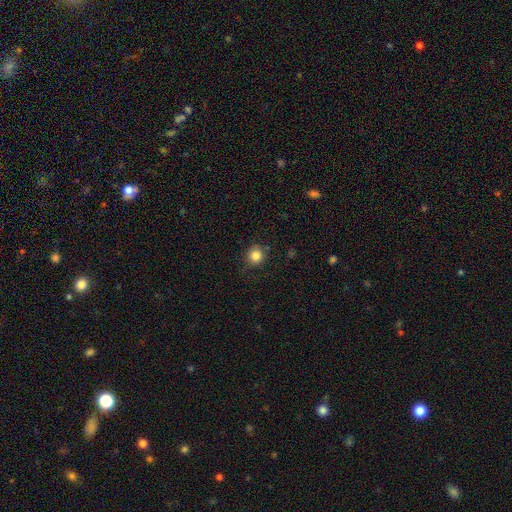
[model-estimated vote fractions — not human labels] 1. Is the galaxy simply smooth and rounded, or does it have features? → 83% smooth, 12% star or artifact, 5% featured or disk.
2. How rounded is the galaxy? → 91% round, 8% in between, 1% cigar-shaped.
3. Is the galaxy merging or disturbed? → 84% none, 11% minor disturbance, 3% major disturbance, 2% merger.